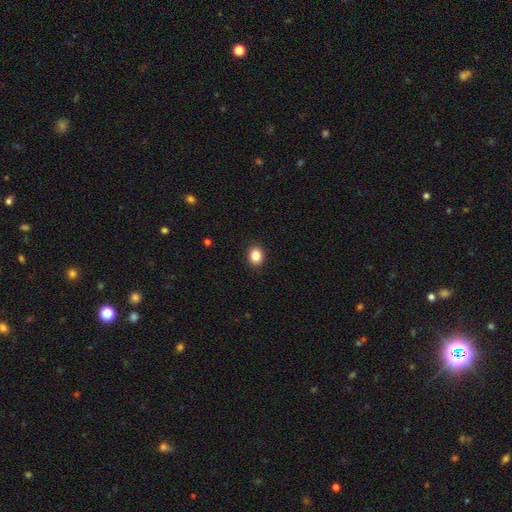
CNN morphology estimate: The model was most divided on "how rounded": round: 53%, in between: 46%, cigar-shaped: 1%. More confident: merging — none (91%); smooth or featured — smooth (86%).